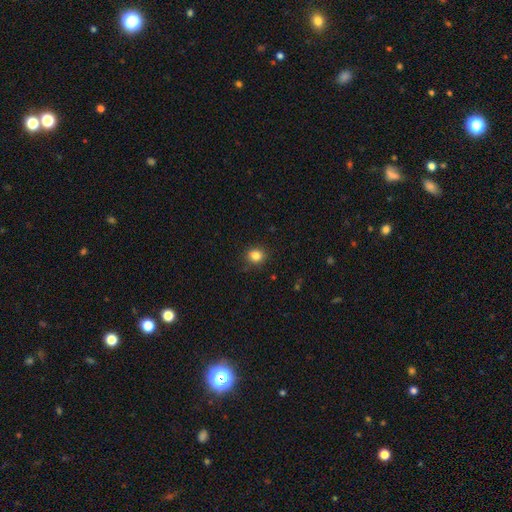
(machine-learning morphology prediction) Q: Smooth or featured?
A: smooth (84%); runner-up: star or artifact (12%)
Q: How rounded?
A: round (80%); runner-up: in between (19%)
Q: Merging?
A: none (88%); runner-up: minor disturbance (9%)